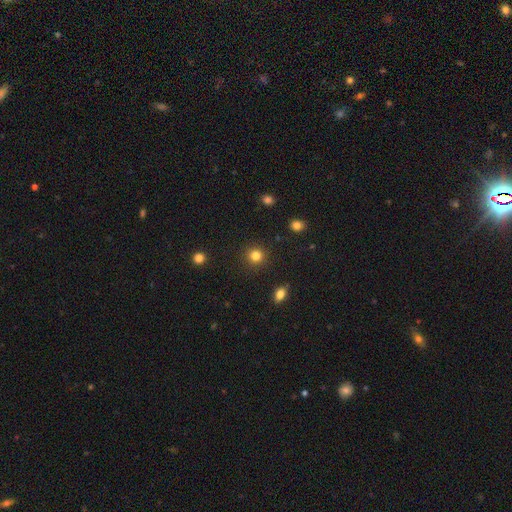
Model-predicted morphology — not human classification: smooth-or-featured: smooth: 83% | star or artifact: 13% | featured or disk: 5%
  how-rounded: round: 92% | in between: 7% | cigar-shaped: 1%
  merging: none: 91% | minor disturbance: 5% | major disturbance: 2% | merger: 1%